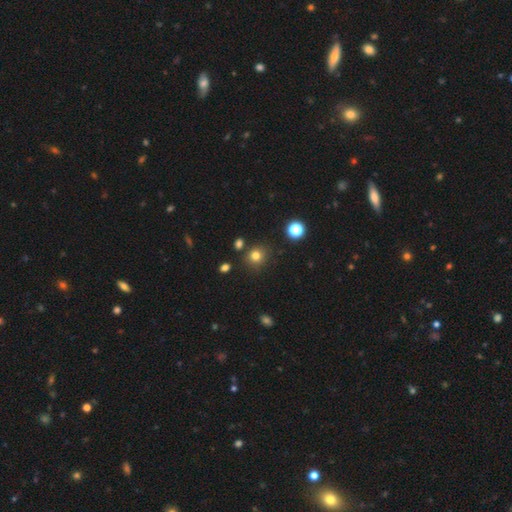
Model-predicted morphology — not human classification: Smooth or featured? smooth (79%)
How rounded? round (85%)
Merging? none (84%)